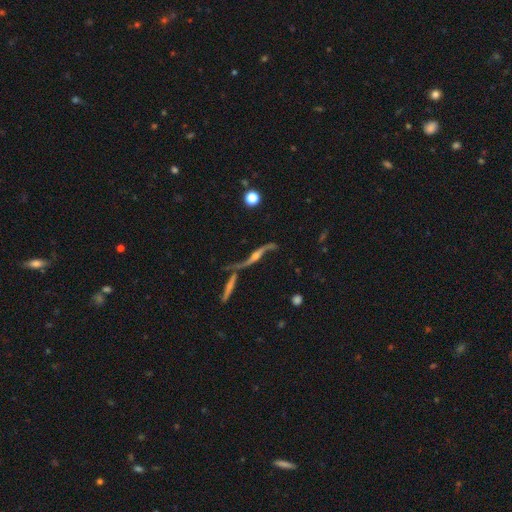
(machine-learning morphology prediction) A featured or disk galaxy (84%). Merging: none (48%).